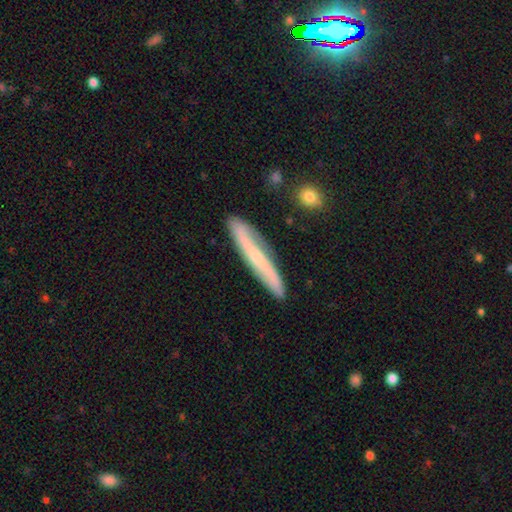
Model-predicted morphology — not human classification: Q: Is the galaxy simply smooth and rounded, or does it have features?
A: featured or disk — 52%.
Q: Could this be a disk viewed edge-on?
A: yes — 65%.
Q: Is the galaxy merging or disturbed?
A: none — 84%.